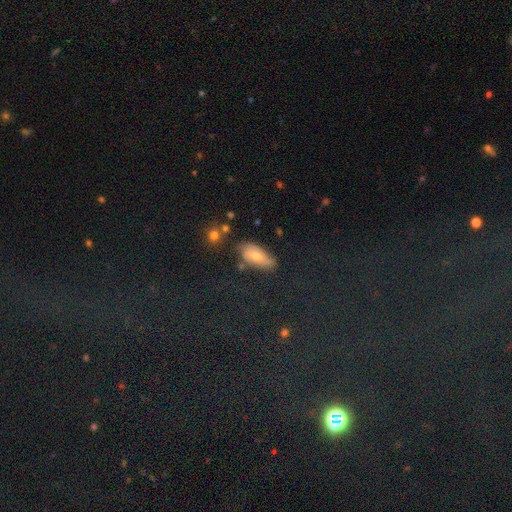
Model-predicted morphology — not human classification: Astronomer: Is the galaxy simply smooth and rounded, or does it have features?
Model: smooth — 57%.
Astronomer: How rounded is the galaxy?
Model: in between — 86%.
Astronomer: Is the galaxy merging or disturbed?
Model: none — 57%.